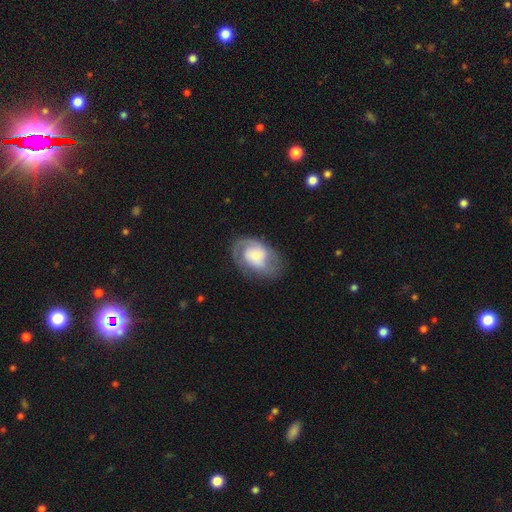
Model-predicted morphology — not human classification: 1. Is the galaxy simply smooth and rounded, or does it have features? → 62% featured or disk, 32% smooth, 6% star or artifact.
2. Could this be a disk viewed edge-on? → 96% no, 4% yes.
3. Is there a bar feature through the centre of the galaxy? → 66% no, 28% weak, 7% strong.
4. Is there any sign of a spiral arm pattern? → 82% yes, 18% no.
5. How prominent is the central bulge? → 47% small, 36% moderate, 12% large, 3% none, 2% dominant.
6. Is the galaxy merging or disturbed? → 67% none, 20% minor disturbance, 12% major disturbance, 1% merger.